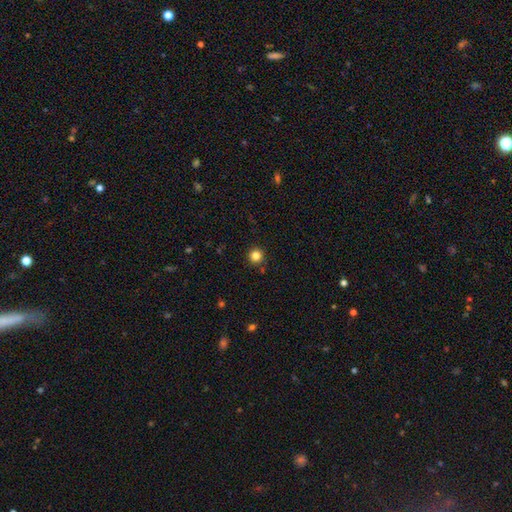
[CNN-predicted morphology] This is clearly a smooth galaxy (83%). How rounded: clearly round (95%). Merging: clearly none (91%).